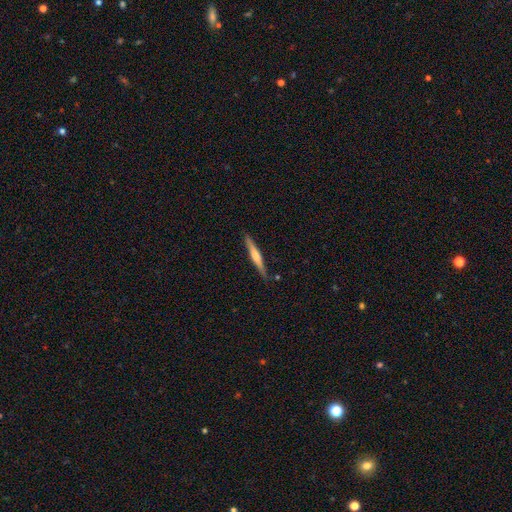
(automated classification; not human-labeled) smooth_or_featured: featured or disk (p=0.56) [alt: smooth p=0.38]
disk_edge_on: yes (p=0.97) [alt: no p=0.03]
edge_on_bulge: rounded (p=0.60) [alt: boxy p=0.22]
merging: none (p=0.87) [alt: minor disturbance p=0.09]